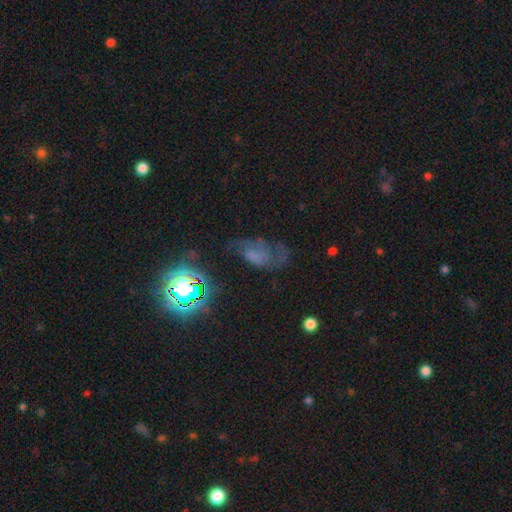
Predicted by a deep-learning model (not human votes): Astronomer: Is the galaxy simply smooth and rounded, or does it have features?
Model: featured or disk — 44% (runner-up: smooth, 32%).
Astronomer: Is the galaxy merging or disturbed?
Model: none — 40% (runner-up: major disturbance, 33%).